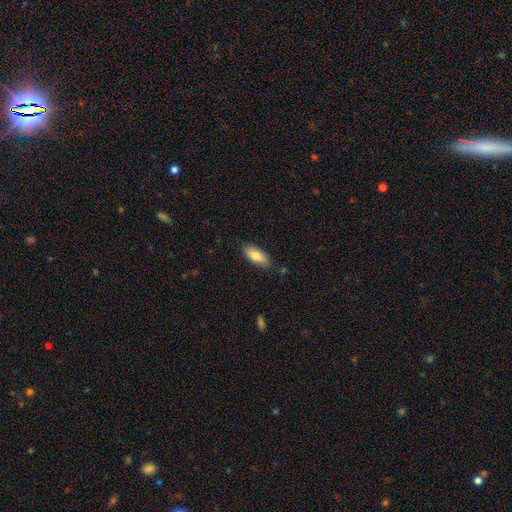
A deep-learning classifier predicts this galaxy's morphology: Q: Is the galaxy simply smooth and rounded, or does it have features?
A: smooth — 79%.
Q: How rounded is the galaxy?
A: in between — 84%.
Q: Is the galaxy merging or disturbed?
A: none — 81%.